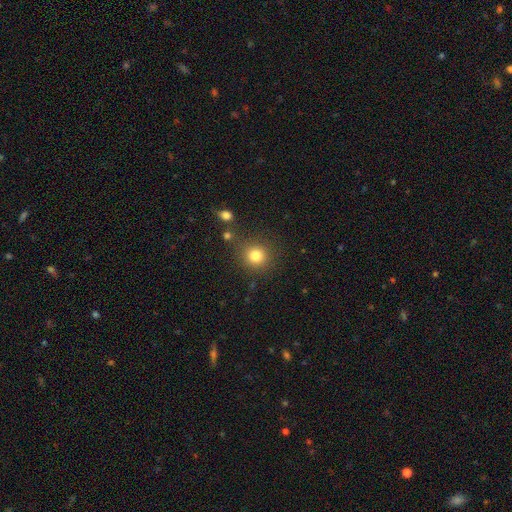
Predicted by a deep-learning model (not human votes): The model was most divided on "smooth or featured": smooth: 81%, star or artifact: 12%, featured or disk: 6%. More confident: how rounded — round (90%); merging — none (81%).